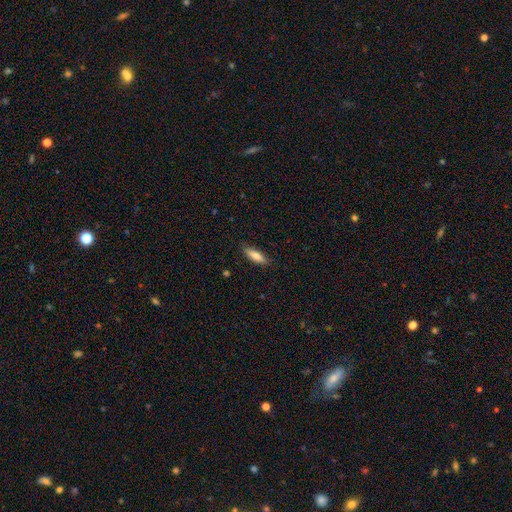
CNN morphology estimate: This appears to be a smooth galaxy with no disk features (77%) that is cigar-shaped (53%). Merging: none (85%).